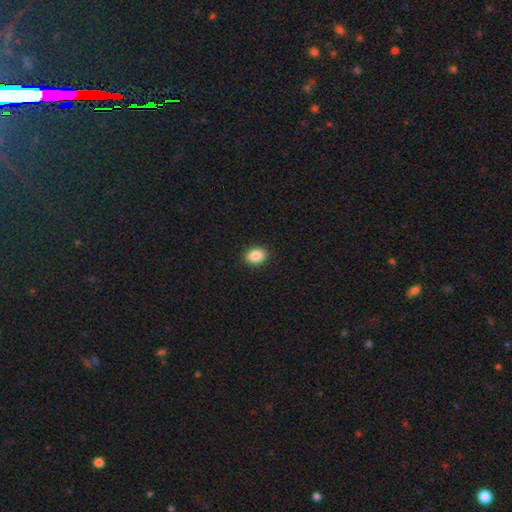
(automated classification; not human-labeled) Smooth or featured?
  - smooth: 88% *
  - star or artifact: 8%
  - featured or disk: 4%
How rounded?
  - in between: 70% *
  - round: 29%
  - cigar-shaped: 1%
Merging?
  - none: 91% *
  - minor disturbance: 7%
  - major disturbance: 2%
  - merger: 1%